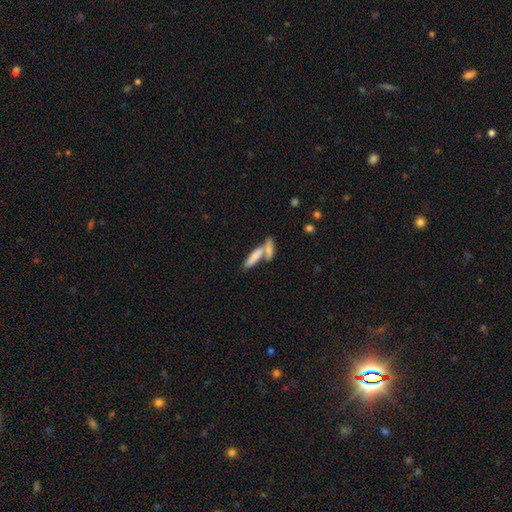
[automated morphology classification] Smooth or featured?
  - smooth: 75% *
  - featured or disk: 19%
  - star or artifact: 7%
How rounded?
  - cigar-shaped: 62% *
  - in between: 35%
  - round: 2%
Merging?
  - merger: 50% *
  - none: 38%
  - minor disturbance: 8%
  - major disturbance: 4%